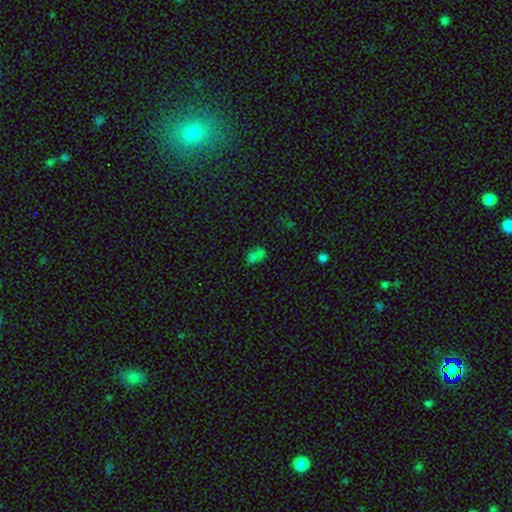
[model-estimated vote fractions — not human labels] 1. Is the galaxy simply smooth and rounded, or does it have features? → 60% smooth, 29% star or artifact, 11% featured or disk.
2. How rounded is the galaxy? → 79% in between, 18% round, 4% cigar-shaped.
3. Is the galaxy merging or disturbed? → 48% none, 23% merger, 18% minor disturbance, 10% major disturbance.